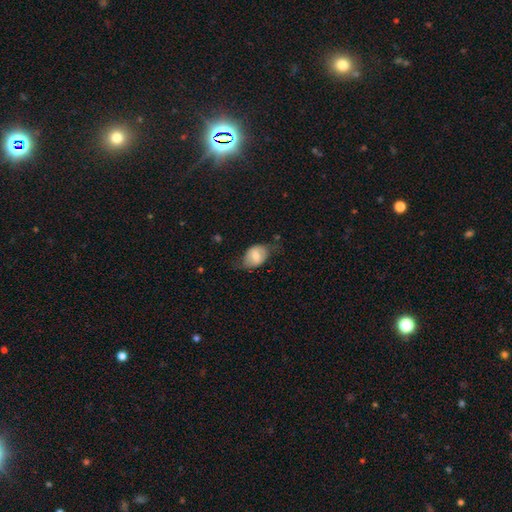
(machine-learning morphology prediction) The model was most divided on "merging": none: 53%, minor disturbance: 30%, major disturbance: 15%, merger: 2%. More confident: how rounded — in between (78%); smooth or featured — smooth (64%).